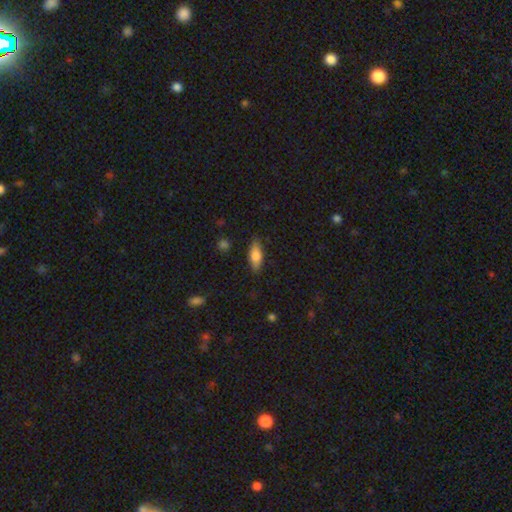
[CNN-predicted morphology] This appears to be a smooth galaxy with no disk features (73%) that is in between round and cigar-shaped (71%). Merging: none (84%).